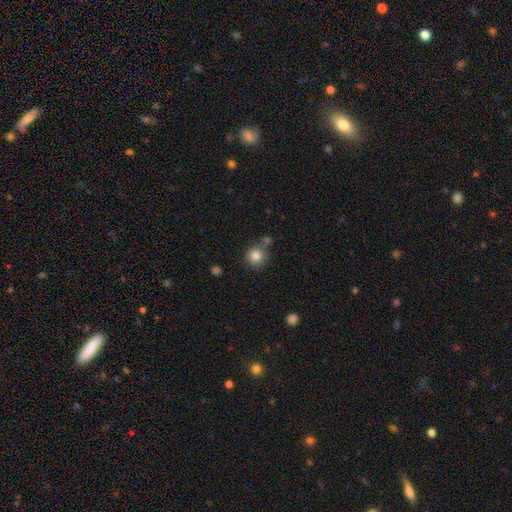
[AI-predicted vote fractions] A smooth galaxy with no disk features (81%) that is round (90%).

Vote fractions:
- Smooth or featured? smooth: 81% / star or artifact: 11% / featured or disk: 8%
- How rounded? round: 90% / in between: 9% / cigar-shaped: 1%
- Merging? none: 70% / merger: 15% / minor disturbance: 12% / major disturbance: 3%